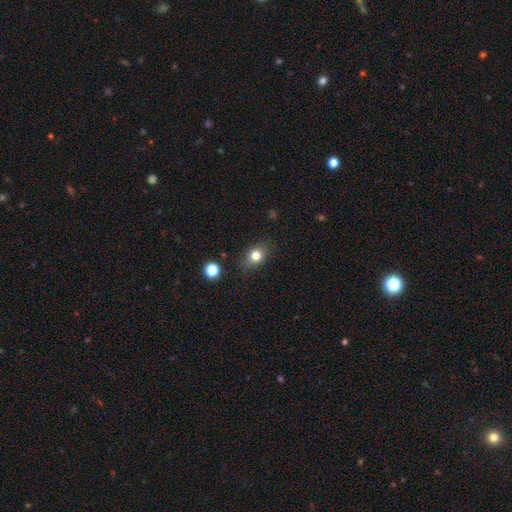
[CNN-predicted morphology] Overall: smooth (78%). How rounded: in between (58%; round 41%). Merging: none (82%).